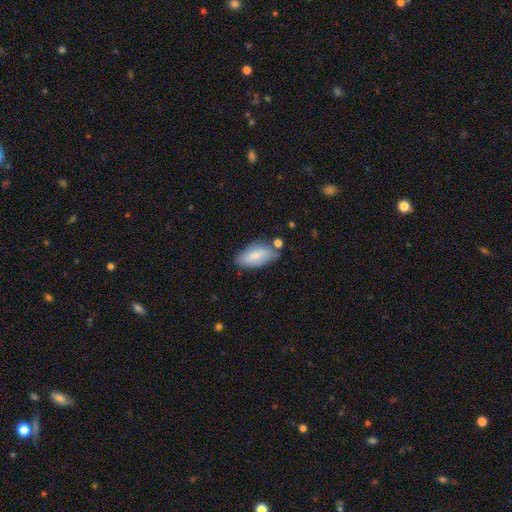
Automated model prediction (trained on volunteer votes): A smooth galaxy with no disk features (78%) that is in between round and cigar-shaped (87%).

Vote fractions:
- Smooth or featured? smooth: 78% / featured or disk: 16% / star or artifact: 6%
- How rounded? in between: 87% / cigar-shaped: 10% / round: 2%
- Merging? none: 65% / minor disturbance: 23% / merger: 7% / major disturbance: 5%